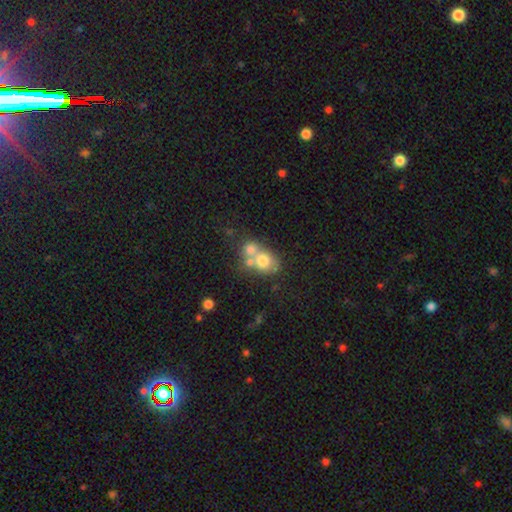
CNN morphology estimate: type=smooth (64%); roundness=round (64%); merging=merger (59%).